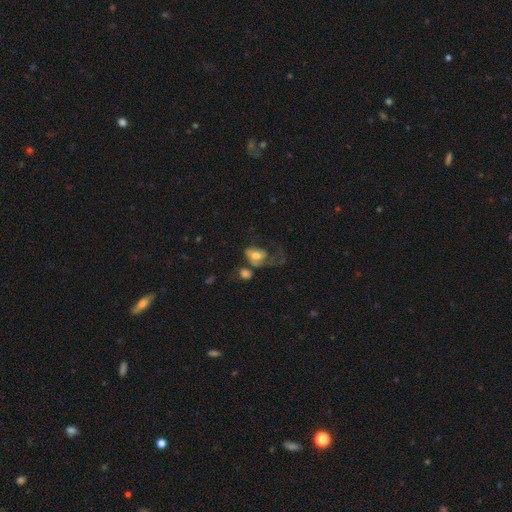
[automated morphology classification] Smooth or featured? smooth (54%)
How rounded? in between (77%)
Merging? major disturbance (46%)